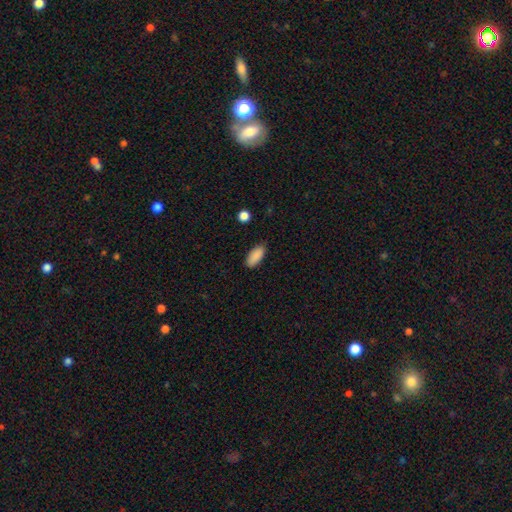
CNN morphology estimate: Smooth or featured: smooth — 89% (star or artifact — 7%)
How rounded: in between — 87% (cigar-shaped — 11%)
Merging: none — 84% (minor disturbance — 12%)